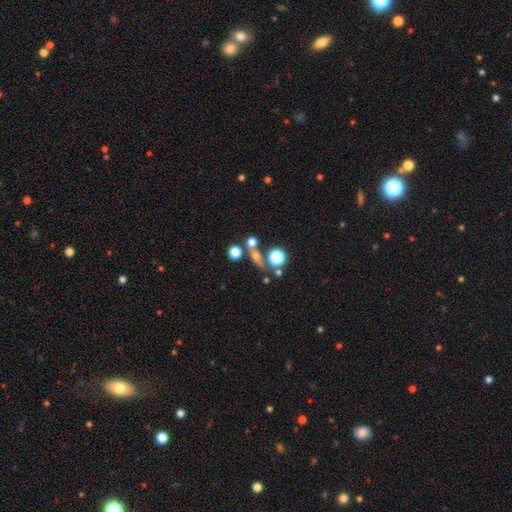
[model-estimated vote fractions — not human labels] smooth-or-featured: smooth: 57% | star or artifact: 23% | featured or disk: 20%
  how-rounded: round: 55% | in between: 31% | cigar-shaped: 14%
  merging: none: 54% | merger: 29% | minor disturbance: 10% | major disturbance: 7%